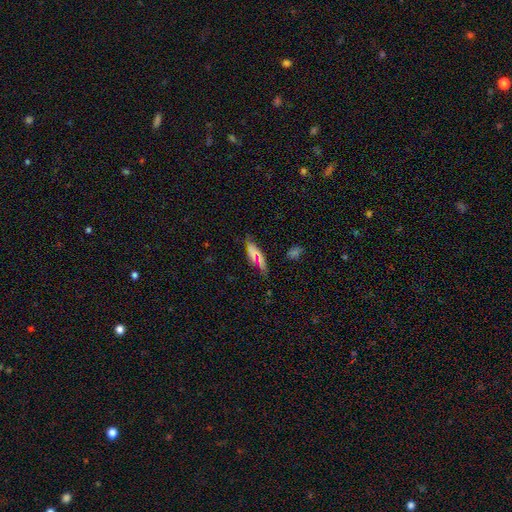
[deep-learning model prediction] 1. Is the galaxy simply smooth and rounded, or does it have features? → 63% smooth, 20% featured or disk, 17% star or artifact.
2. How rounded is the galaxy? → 49% cigar-shaped, 46% in between, 4% round.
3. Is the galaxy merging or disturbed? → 72% none, 19% minor disturbance, 6% major disturbance, 4% merger.